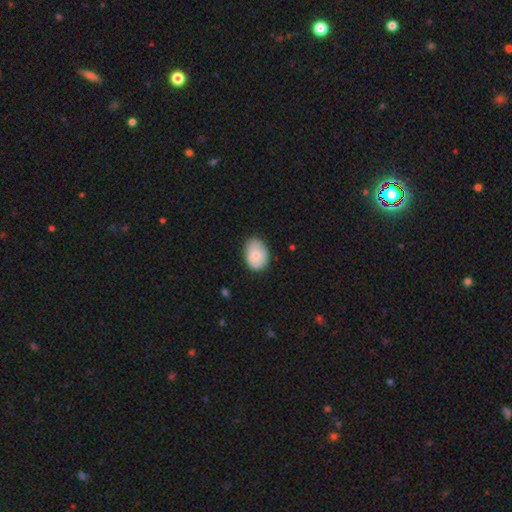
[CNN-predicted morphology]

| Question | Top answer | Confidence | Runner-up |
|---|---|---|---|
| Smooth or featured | smooth | 66% | featured or disk (27%) |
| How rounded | in between | 71% | round (28%) |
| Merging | none | 66% | minor disturbance (25%) |